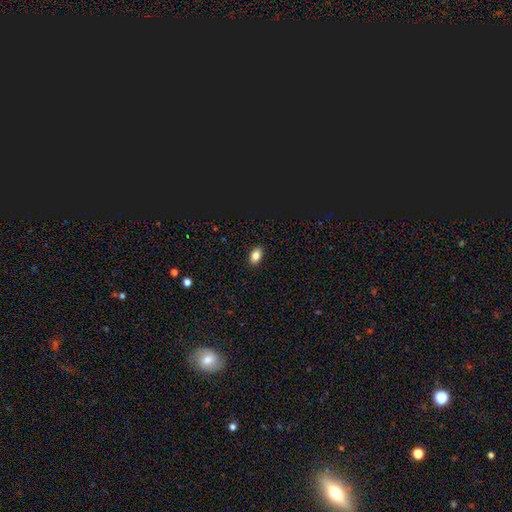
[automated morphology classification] smooth 85%, star or artifact 10%, featured or disk 5%. Down the decision tree: how rounded — in between (87%); merging — none (90%).